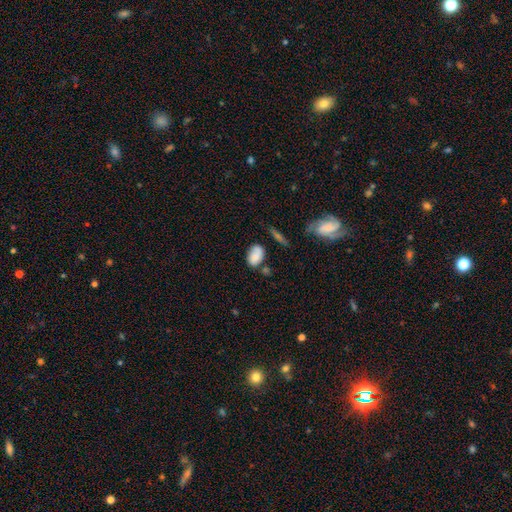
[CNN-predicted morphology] smooth-or-featured: smooth: 80% | featured or disk: 12% | star or artifact: 8%
  how-rounded: in between: 88% | round: 10% | cigar-shaped: 2%
  merging: none: 59% | minor disturbance: 25% | merger: 9% | major disturbance: 7%